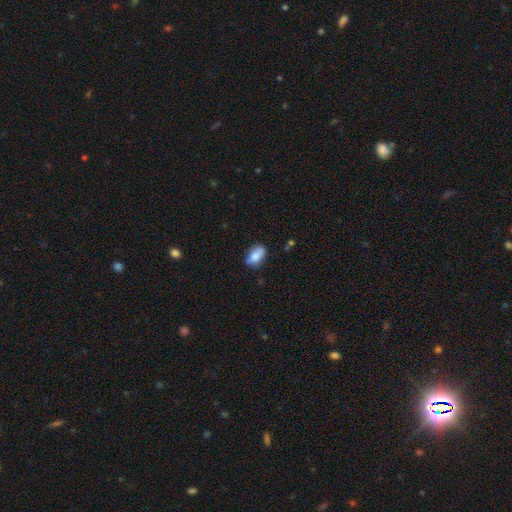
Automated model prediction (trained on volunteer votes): A smooth galaxy with no disk features (80%) that is in between round and cigar-shaped (88%). Merging: none (70%).